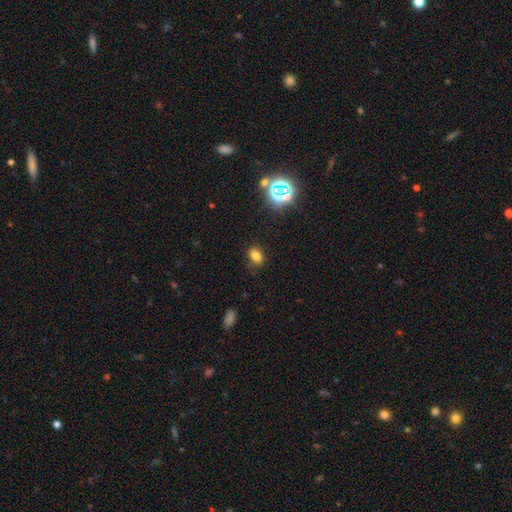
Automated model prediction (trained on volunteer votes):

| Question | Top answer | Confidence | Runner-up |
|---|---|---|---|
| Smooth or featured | smooth | 74% | star or artifact (19%) |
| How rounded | in between | 75% | round (24%) |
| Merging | none | 82% | minor disturbance (13%) |